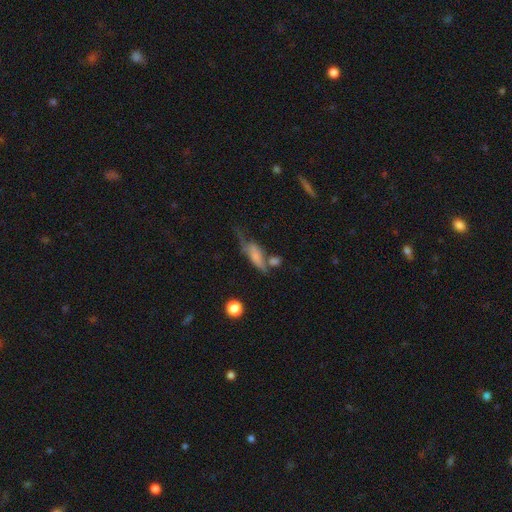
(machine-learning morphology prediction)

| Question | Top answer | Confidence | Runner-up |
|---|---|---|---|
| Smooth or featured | smooth | 59% | featured or disk (31%) |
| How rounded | in between | 51% | cigar-shaped (43%) |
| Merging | none | 29% | major disturbance (25%) |